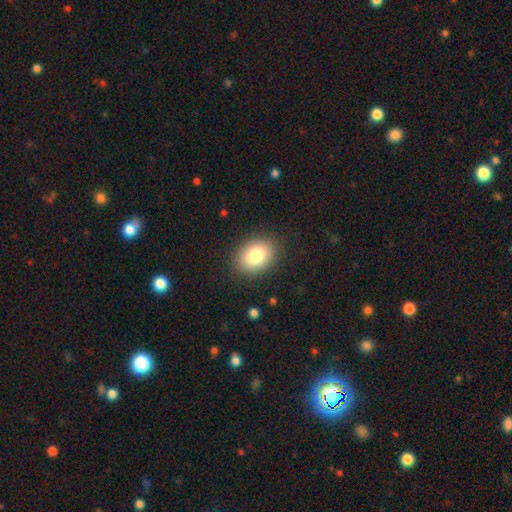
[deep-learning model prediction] smooth 83%, featured or disk 9%, star or artifact 8%. Down the decision tree: how rounded — in between (70%); merging — none (87%).